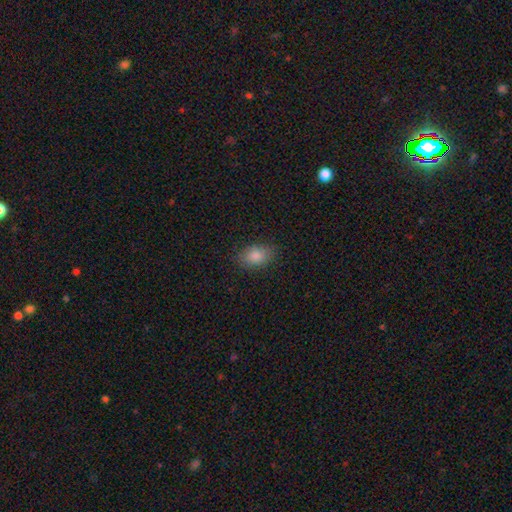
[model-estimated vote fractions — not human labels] smooth 83%, star or artifact 10%, featured or disk 7%. Down the decision tree: how rounded — in between (83%); merging — none (85%).